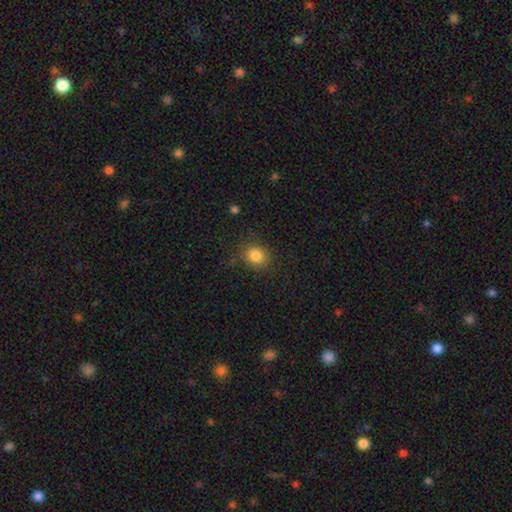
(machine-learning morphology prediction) Overall: smooth (84%). How rounded: round (70%). Merging: none (81%).